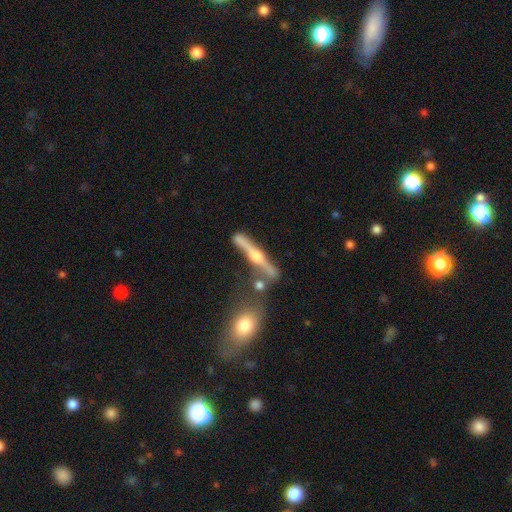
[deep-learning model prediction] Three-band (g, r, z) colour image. It shows a featured or disk galaxy (80%) viewed edge-on (95%) with a rounded central bulge (94%). Merging: none (72%).